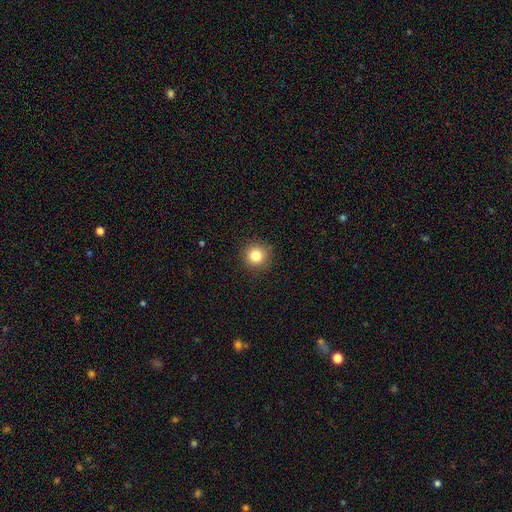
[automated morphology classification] smooth-or-featured: smooth: 83% | star or artifact: 11% | featured or disk: 6%
  how-rounded: round: 95% | in between: 4% | cigar-shaped: 1%
  merging: none: 90% | minor disturbance: 6% | major disturbance: 2% | merger: 1%